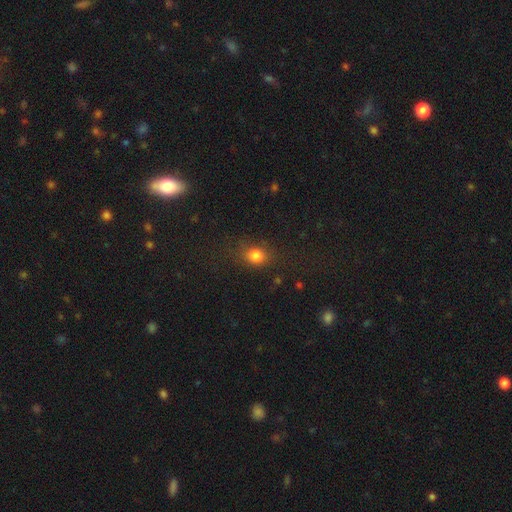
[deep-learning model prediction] Smooth or featured? Predicted: smooth (p=0.80). How rounded? Predicted: round (p=0.60). Merging? Predicted: none (p=0.73).